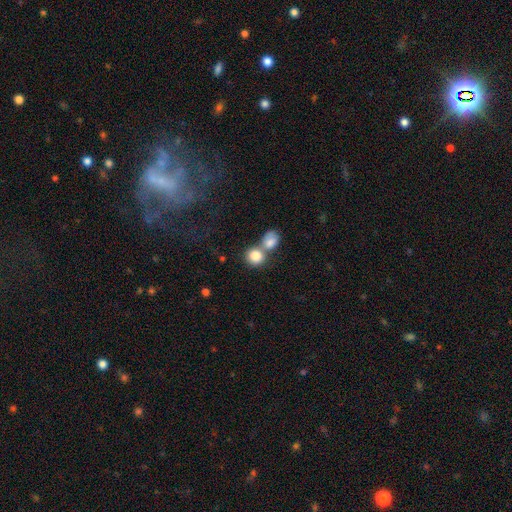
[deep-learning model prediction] Morphology: type=smooth (82%); roundness=round (72%); merging=merger (55%).